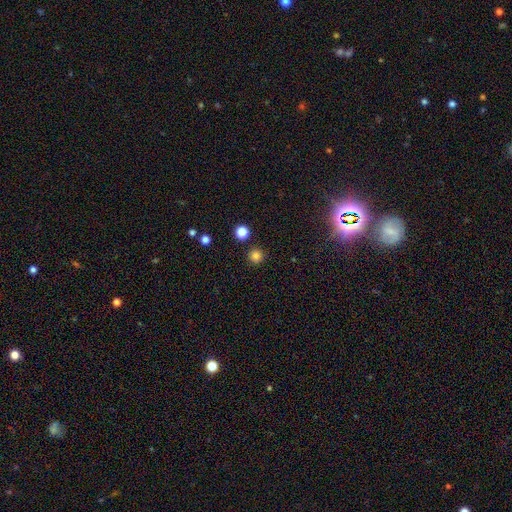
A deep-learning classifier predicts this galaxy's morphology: smooth_or_featured: smooth (p=0.81) [alt: star or artifact p=0.15]
how_rounded: round (p=0.96) [alt: in between p=0.03]
merging: none (p=0.91) [alt: minor disturbance p=0.05]